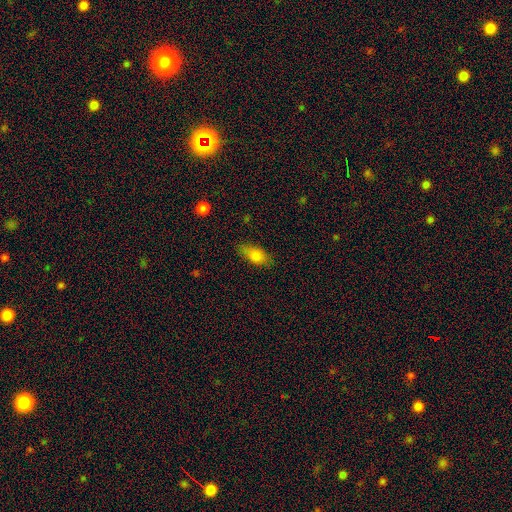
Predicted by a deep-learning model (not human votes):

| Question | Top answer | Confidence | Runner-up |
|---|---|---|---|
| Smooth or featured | smooth | 81% | featured or disk (10%) |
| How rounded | in between | 85% | cigar-shaped (11%) |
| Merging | none | 73% | minor disturbance (20%) |